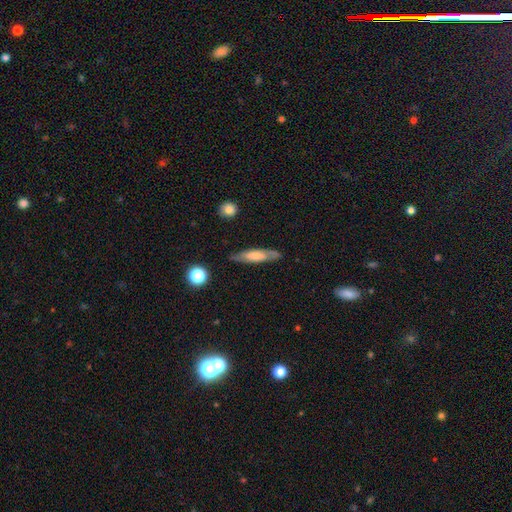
Smooth or featured: smooth — 55% (featured or disk — 39%)
How rounded: cigar-shaped — 57% (in between — 43%)
Merging: none — 75% (minor disturbance — 14%)